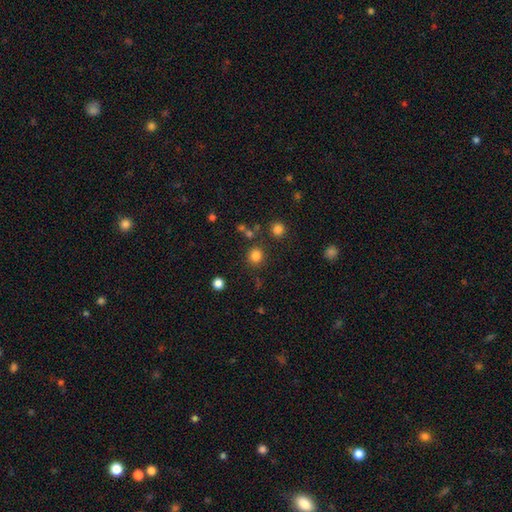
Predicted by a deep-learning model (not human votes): This is clearly a smooth galaxy (81%). How rounded: clearly round (90%). Merging: clearly none (85%).